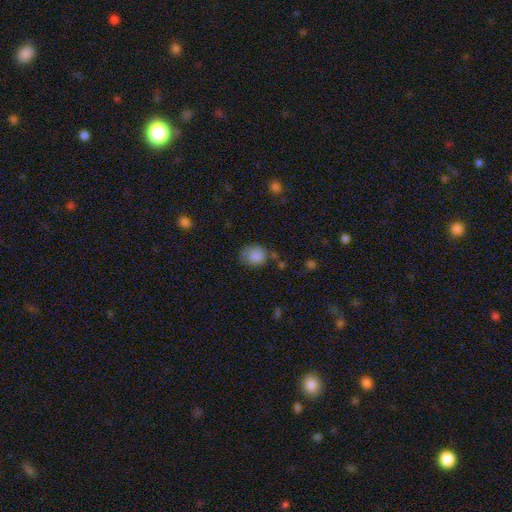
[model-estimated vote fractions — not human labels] Morphology: type=smooth (85%); roundness=round (69%); merging=none (60%).